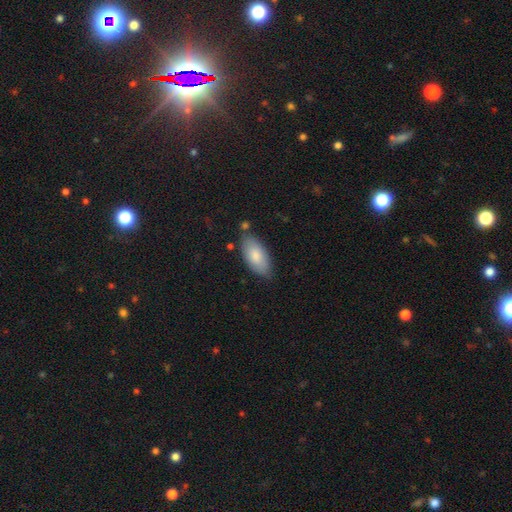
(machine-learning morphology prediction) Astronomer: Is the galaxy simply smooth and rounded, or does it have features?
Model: smooth — 82%.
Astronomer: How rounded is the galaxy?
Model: in between — 93%.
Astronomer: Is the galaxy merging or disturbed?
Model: none — 75%.